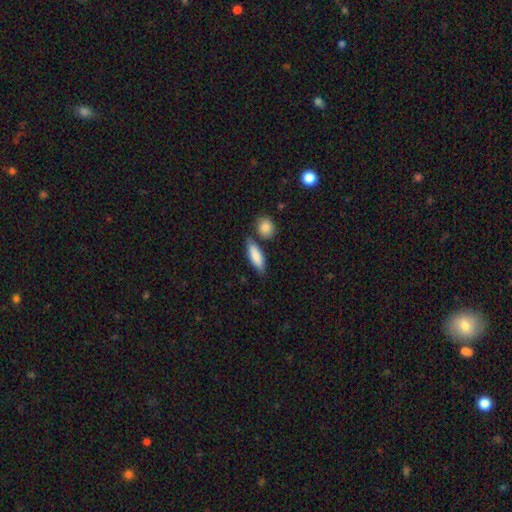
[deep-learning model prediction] Morphology: type=smooth (84%); roundness=in between (62%); merging=none (67%).